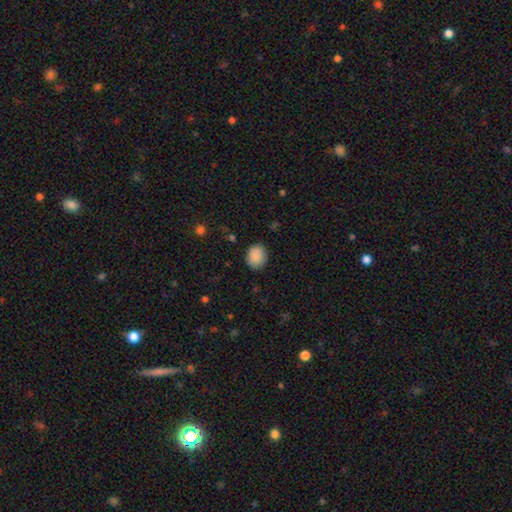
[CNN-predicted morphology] smooth-or-featured: smooth: 89% | star or artifact: 8% | featured or disk: 3%
  how-rounded: round: 51% | in between: 49% | cigar-shaped: 1%
  merging: none: 85% | minor disturbance: 11% | major disturbance: 3% | merger: 1%